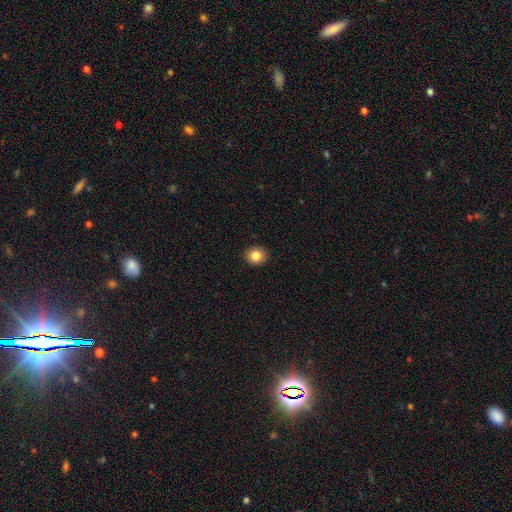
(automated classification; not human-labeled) smooth_or_featured: smooth (p=0.85) [alt: star or artifact p=0.10]
how_rounded: round (p=0.85) [alt: in between p=0.14]
merging: none (p=0.92) [alt: minor disturbance p=0.05]